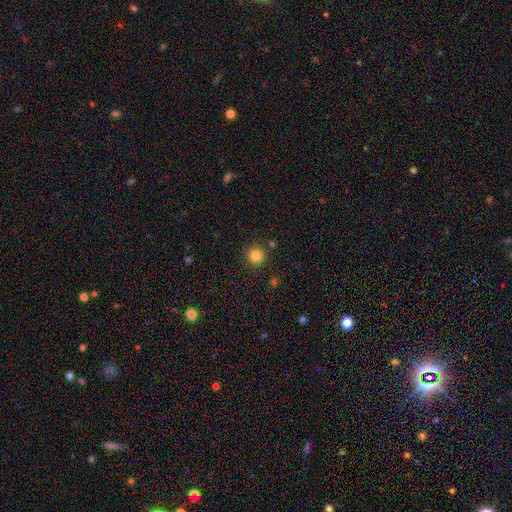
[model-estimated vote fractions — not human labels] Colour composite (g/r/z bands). It shows a smooth galaxy with no disk features (83%) that is round (94%). Merging: none (88%).